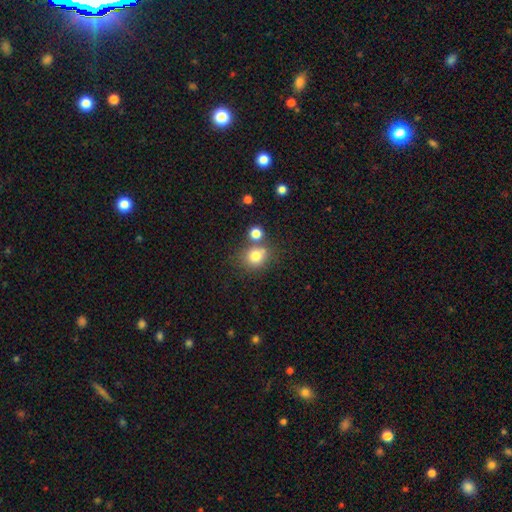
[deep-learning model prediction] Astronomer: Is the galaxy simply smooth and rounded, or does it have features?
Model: smooth — 77%.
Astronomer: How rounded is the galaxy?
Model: round — 75%.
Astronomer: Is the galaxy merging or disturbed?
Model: none — 61%.